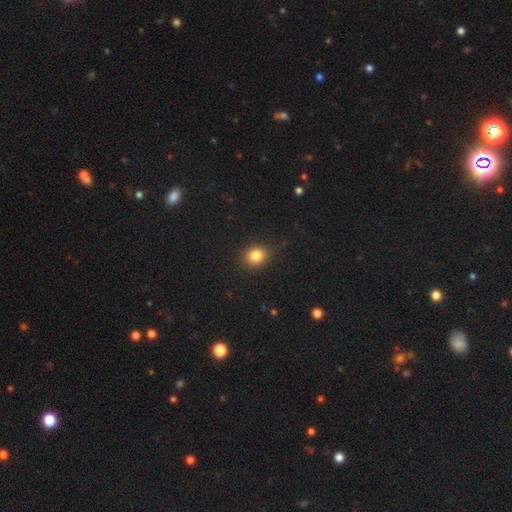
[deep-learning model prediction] A smooth galaxy with no disk features (83%) that is round (70%). Merging: none (88%).